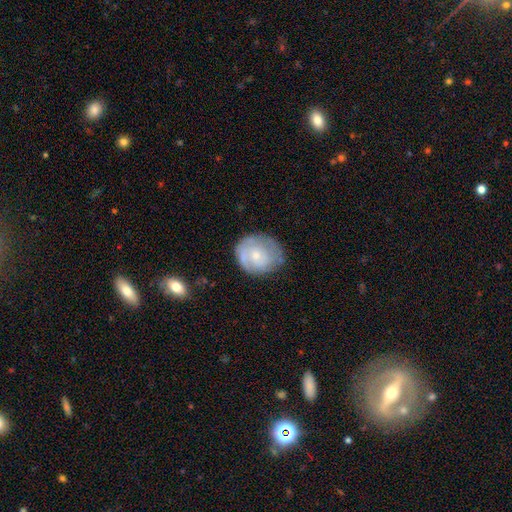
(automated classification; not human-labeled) Q: Smooth or featured?
A: featured or disk (56%); runner-up: smooth (37%)
Q: Edge-on disk?
A: no (97%); runner-up: yes (3%)
Q: Bar?
A: no (79%); runner-up: weak (19%)
Q: Spiral arms?
A: yes (73%); runner-up: no (27%)
Q: Bulge size?
A: small (66%); runner-up: moderate (28%)
Q: Merging?
A: none (67%); runner-up: minor disturbance (23%)